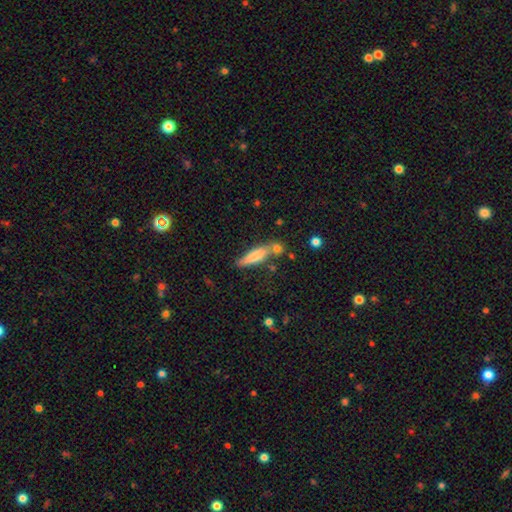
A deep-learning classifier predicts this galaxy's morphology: type=smooth (72%); roundness=cigar-shaped (77%); merging=none (64%).